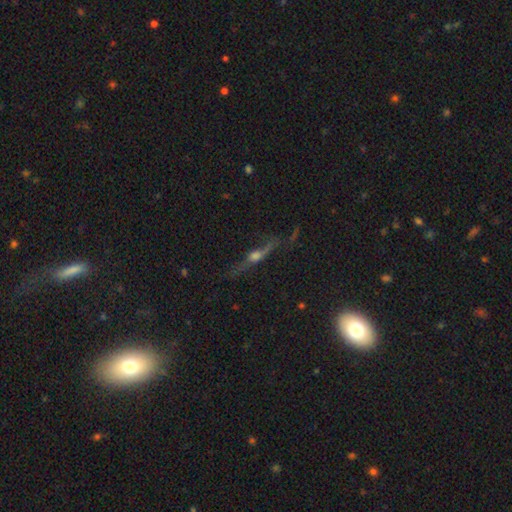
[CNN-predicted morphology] Smooth or featured? featured or disk (71%)
Edge-on disk? yes (92%)
Edge-on bulge? rounded (91%)
Merging? none (76%)